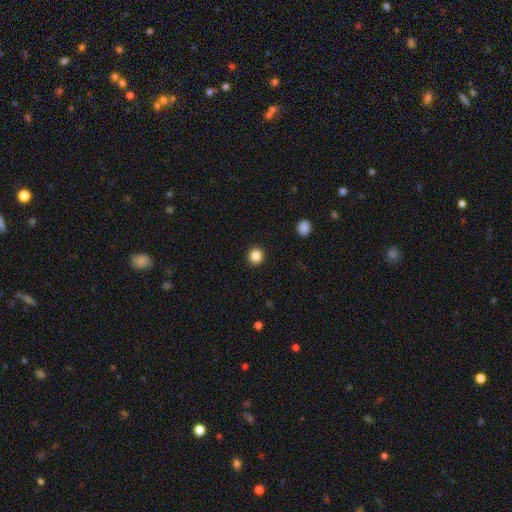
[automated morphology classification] Overall: smooth (85%). How rounded: round (93%). Merging: none (93%).